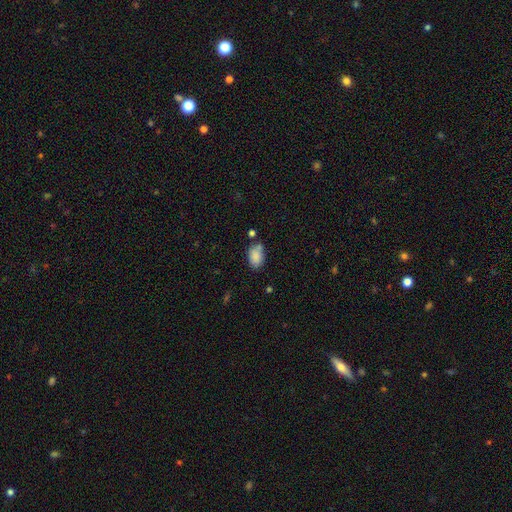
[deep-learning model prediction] Smooth or featured?
  - smooth: 85% *
  - star or artifact: 8%
  - featured or disk: 7%
How rounded?
  - in between: 83% *
  - round: 15%
  - cigar-shaped: 1%
Merging?
  - none: 58% *
  - minor disturbance: 20%
  - merger: 16%
  - major disturbance: 6%